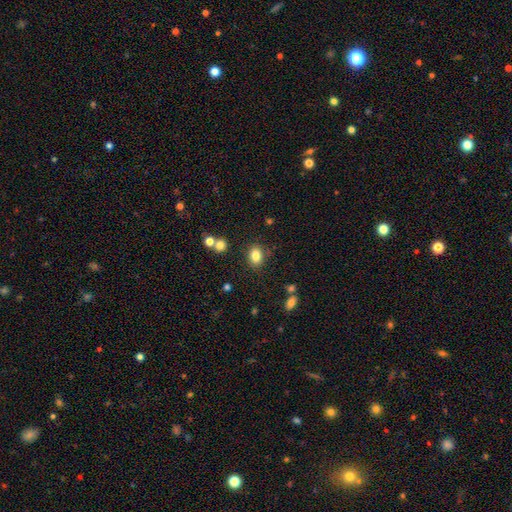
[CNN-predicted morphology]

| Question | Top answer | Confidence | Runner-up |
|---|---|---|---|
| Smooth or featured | smooth | 83% | star or artifact (11%) |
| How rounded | in between | 66% | round (33%) |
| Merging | none | 81% | minor disturbance (11%) |